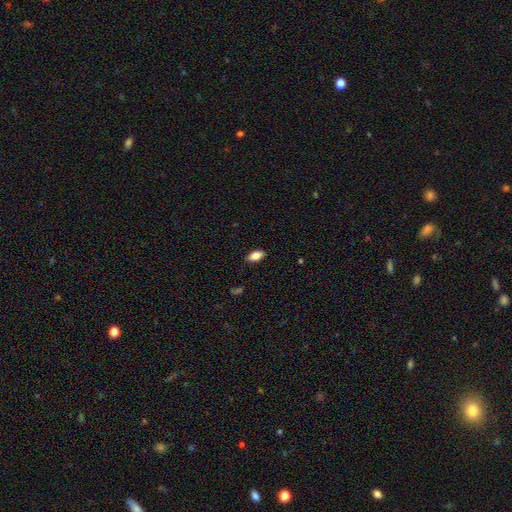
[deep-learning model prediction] Smooth or featured? smooth (84%)
How rounded? in between (91%)
Merging? none (88%)